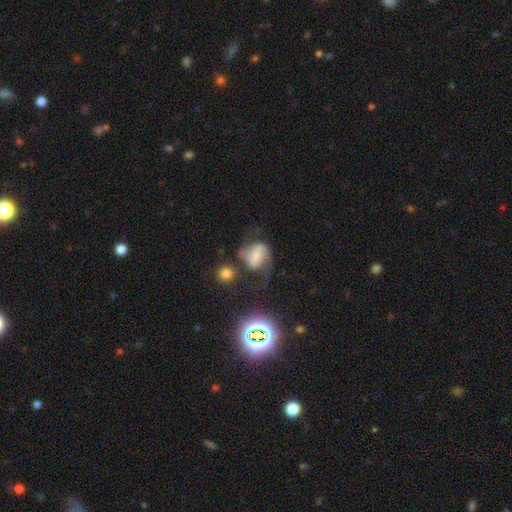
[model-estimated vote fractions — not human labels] smooth_or_featured: featured or disk (p=0.60) [alt: smooth p=0.29]
disk_edge_on: no (p=0.97) [alt: yes p=0.03]
bar: weak (p=0.39) [alt: no p=0.37]
has_spiral_arms: yes (p=0.85) [alt: no p=0.15]
bulge_size: small (p=0.47) [alt: moderate p=0.36]
merging: none (p=0.42) [alt: major disturbance p=0.25]